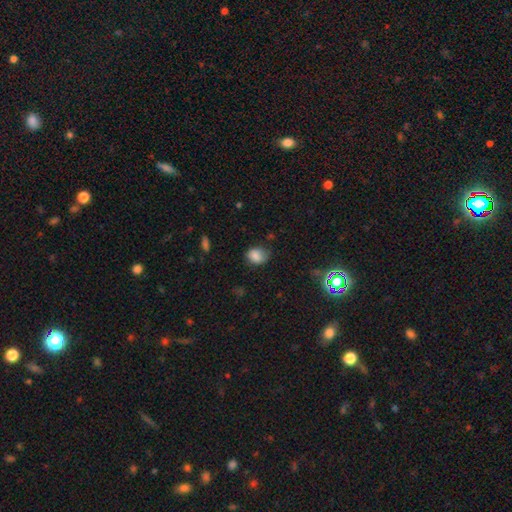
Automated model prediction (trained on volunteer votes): A smooth galaxy with no disk features (83%) that is in between round and cigar-shaped (58%). Merging: none (60%).